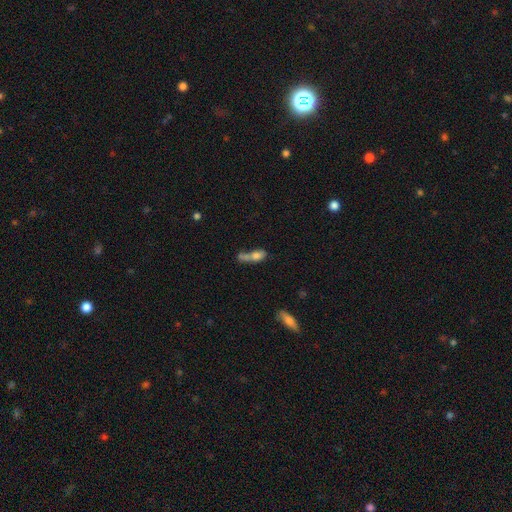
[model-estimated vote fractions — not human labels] A smooth galaxy with no disk features (66%) that is in between round and cigar-shaped (66%).

Vote fractions:
- Smooth or featured? smooth: 66% / featured or disk: 23% / star or artifact: 11%
- How rounded? in between: 66% / cigar-shaped: 24% / round: 10%
- Merging? merger: 51% / none: 22% / major disturbance: 14% / minor disturbance: 13%